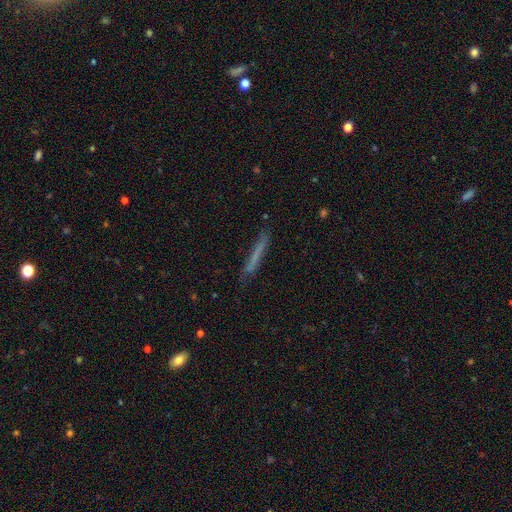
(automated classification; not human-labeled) A smooth galaxy with no disk features (60%) that is cigar-shaped (96%). Merging: none (81%).